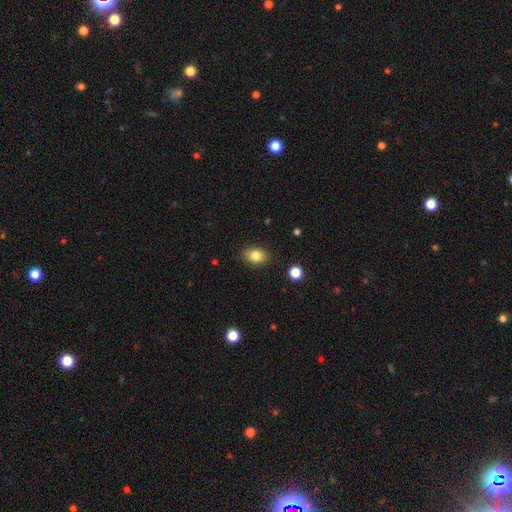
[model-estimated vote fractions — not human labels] Morphology: type=smooth (83%); roundness=in between (76%); merging=none (87%).